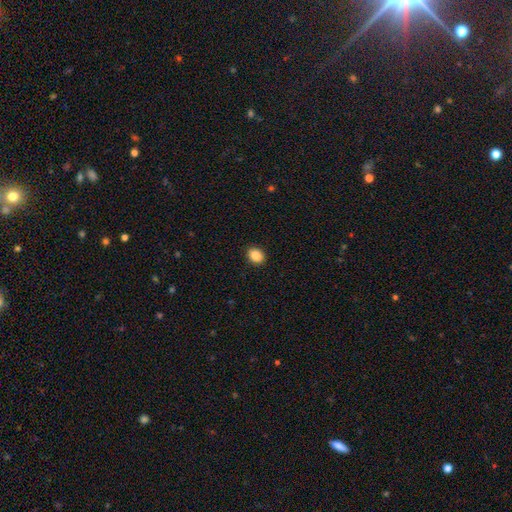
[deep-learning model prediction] Q: Smooth or featured?
A: smooth (88%); runner-up: star or artifact (9%)
Q: How rounded?
A: in between (55%); runner-up: round (44%)
Q: Merging?
A: none (91%); runner-up: minor disturbance (6%)